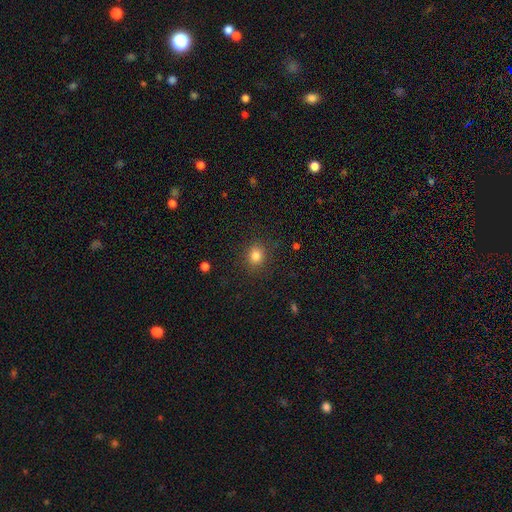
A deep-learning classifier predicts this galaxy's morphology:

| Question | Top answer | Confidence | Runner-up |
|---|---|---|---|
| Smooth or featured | smooth | 82% | star or artifact (13%) |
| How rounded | round | 78% | in between (21%) |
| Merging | none | 87% | minor disturbance (9%) |